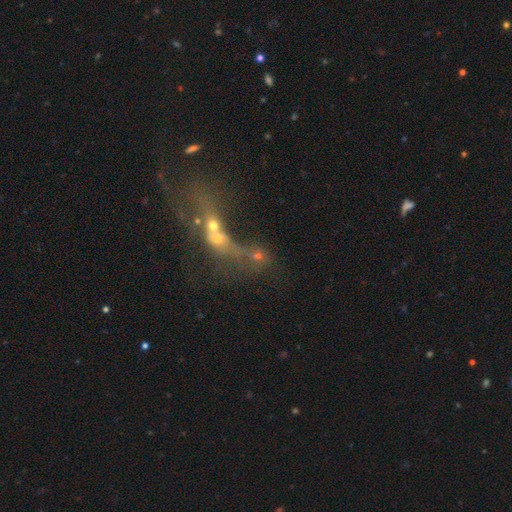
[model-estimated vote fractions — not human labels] Morphology: type=featured or disk (40%); merging=merger (66%).